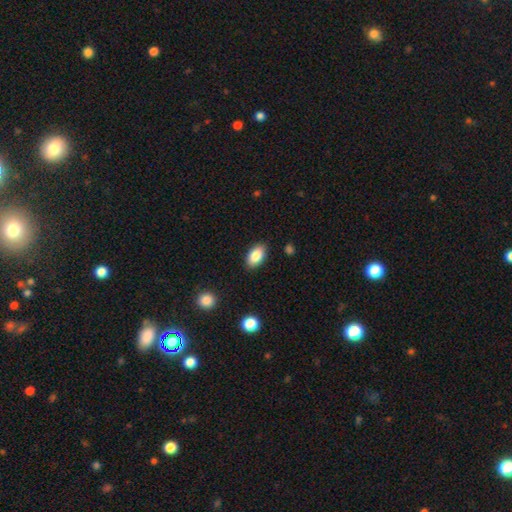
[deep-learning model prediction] smooth_or_featured: smooth (p=0.86) [alt: star or artifact p=0.07]
how_rounded: in between (p=0.93) [alt: round p=0.05]
merging: none (p=0.87) [alt: minor disturbance p=0.09]